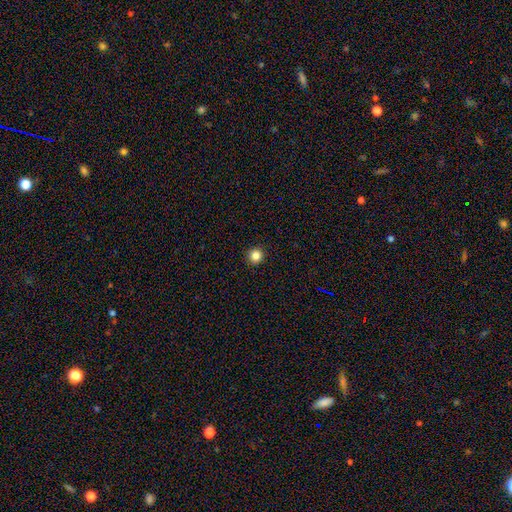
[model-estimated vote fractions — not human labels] Smooth or featured? smooth (84%)
How rounded? round (93%)
Merging? none (93%)